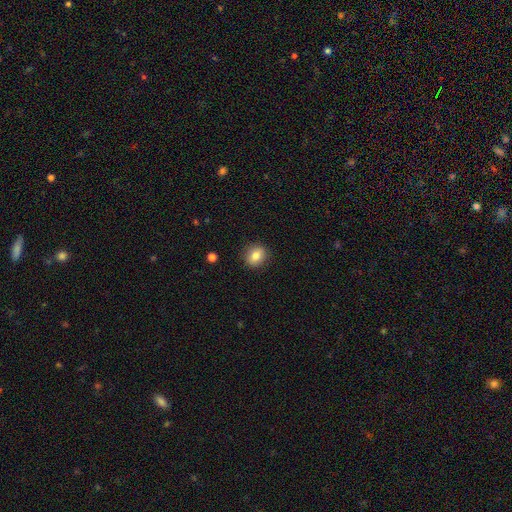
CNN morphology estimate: Smooth or featured?
  - smooth: 82% *
  - star or artifact: 9%
  - featured or disk: 9%
How rounded?
  - round: 70% *
  - in between: 28%
  - cigar-shaped: 1%
Merging?
  - none: 89% *
  - minor disturbance: 7%
  - major disturbance: 2%
  - merger: 1%